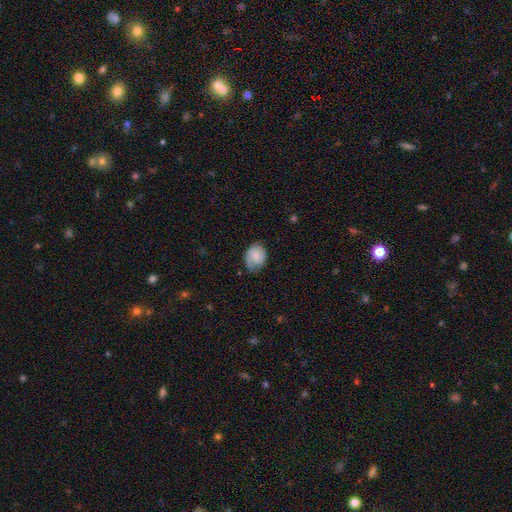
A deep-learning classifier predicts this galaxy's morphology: The model was most divided on "how rounded": in between: 61%, round: 38%, cigar-shaped: 1%. More confident: merging — none (63%); smooth or featured — smooth (62%).